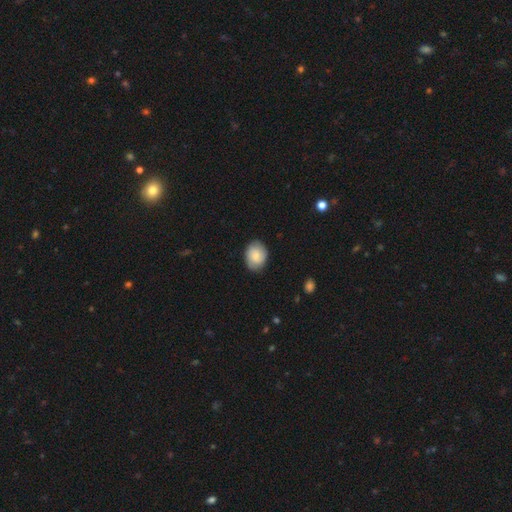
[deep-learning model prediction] This is likely a smooth galaxy (75%). How rounded: possibly in between (60%). Merging: clearly none (83%).